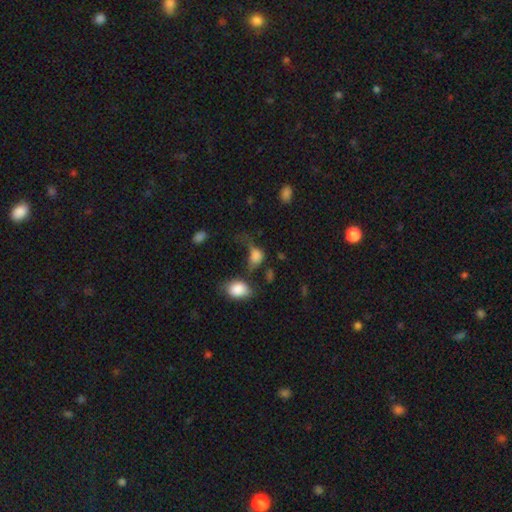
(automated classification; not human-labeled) Smooth or featured: smooth — 73% (featured or disk — 15%)
How rounded: in between — 62% (round — 35%)
Merging: major disturbance — 41% (none — 21%)